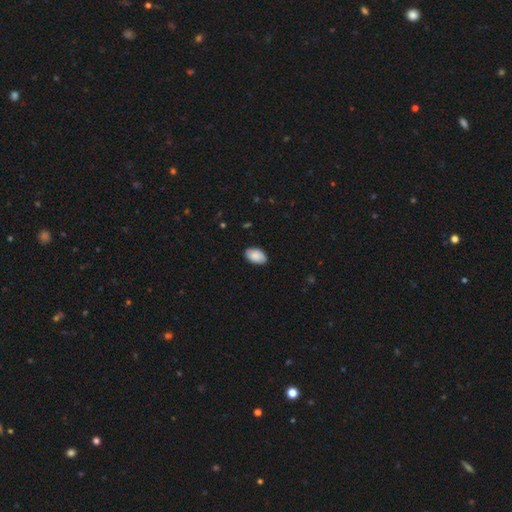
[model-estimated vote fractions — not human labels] This is clearly a smooth galaxy (87%). How rounded: clearly in between (93%). Merging: clearly none (86%).